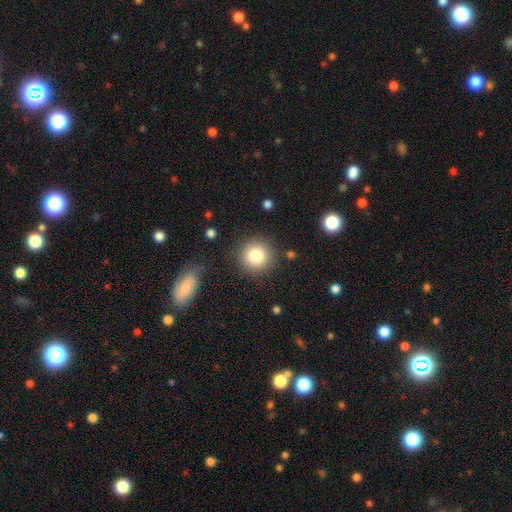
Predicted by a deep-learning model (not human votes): smooth-or-featured: smooth: 82% | star or artifact: 10% | featured or disk: 8%
  how-rounded: round: 94% | in between: 5% | cigar-shaped: 1%
  merging: none: 87% | minor disturbance: 7% | major disturbance: 3% | merger: 2%